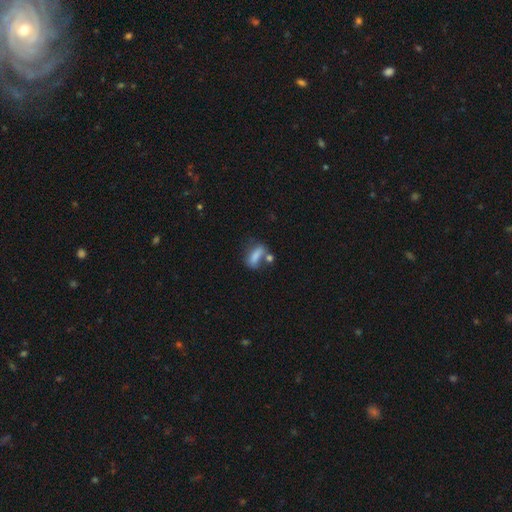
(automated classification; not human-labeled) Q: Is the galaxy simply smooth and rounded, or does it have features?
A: smooth — 75%.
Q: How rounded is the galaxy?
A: in between — 63%.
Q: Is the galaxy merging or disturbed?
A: none — 40%.